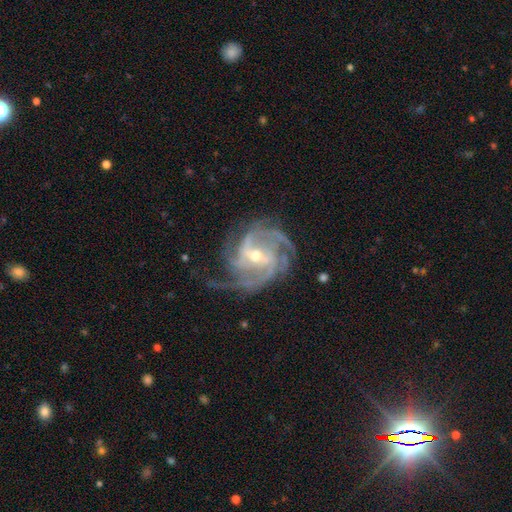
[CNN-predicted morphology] This appears to be a featured or disk galaxy (92%) with a weak bar (46%), 4 (32%) tight (47%) spiral arms (98%) and a moderate central bulge (49%). Merging: none (69%).